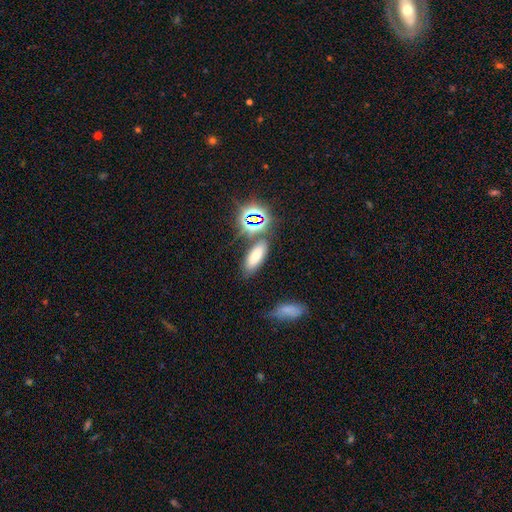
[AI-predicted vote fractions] Overall: smooth (63%; star or artifact 24%). How rounded: in between (77%). Merging: none (74%).